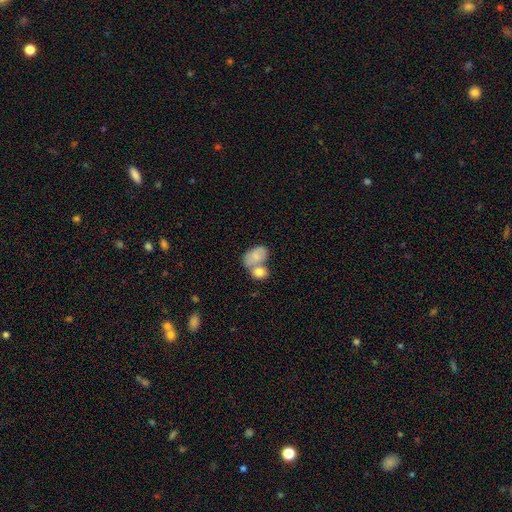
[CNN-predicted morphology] The model was most divided on "merging": merger: 60%, none: 22%, minor disturbance: 12%, major disturbance: 6%. More confident: how rounded — in between (81%); smooth or featured — smooth (72%).